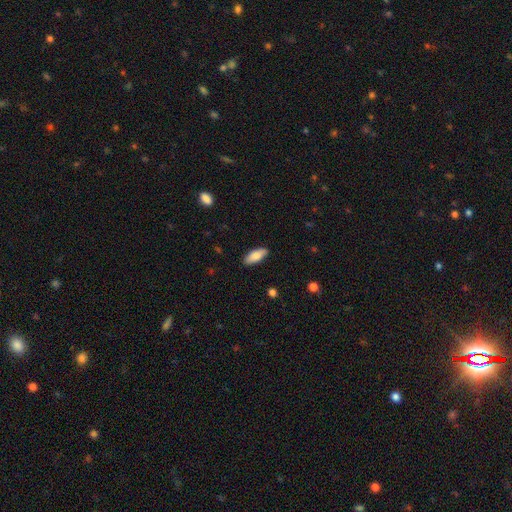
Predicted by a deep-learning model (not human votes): Overall: smooth (84%). How rounded: in between (79%). Merging: none (87%).